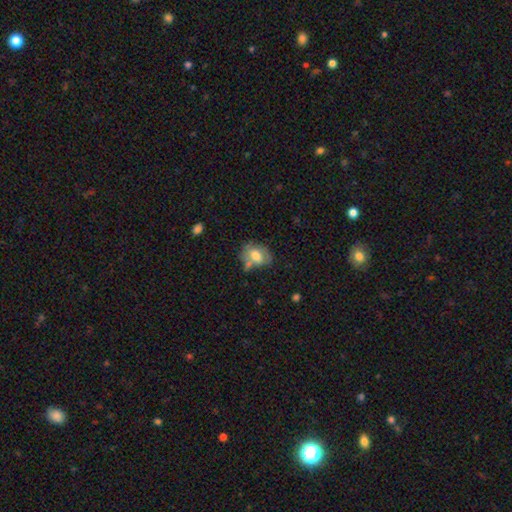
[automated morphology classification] smooth-or-featured: smooth: 60% | featured or disk: 32% | star or artifact: 8%
  how-rounded: in between: 74% | round: 25% | cigar-shaped: 1%
  merging: none: 44% | minor disturbance: 26% | merger: 19% | major disturbance: 11%